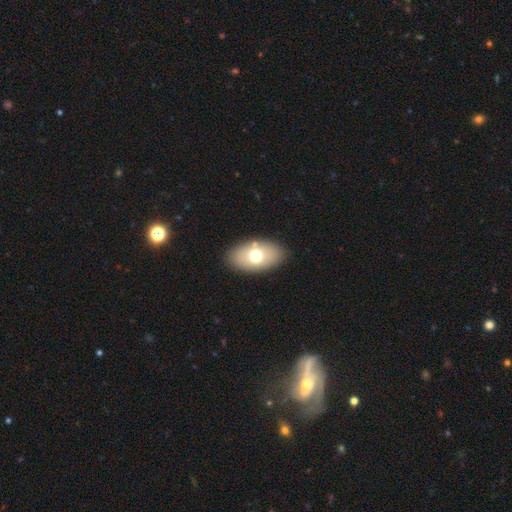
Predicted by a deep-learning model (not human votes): Smooth or featured: smooth — 69% (featured or disk — 24%)
How rounded: in between — 92% (round — 7%)
Merging: none — 85% (minor disturbance — 9%)